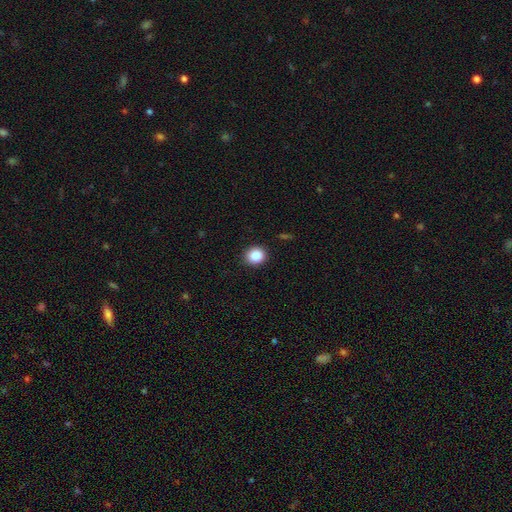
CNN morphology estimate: This appears to be a smooth galaxy with no disk features (87%) that is round (80%). Merging: none (91%).